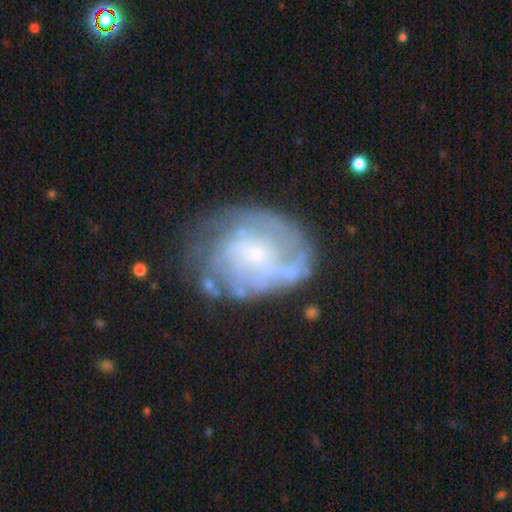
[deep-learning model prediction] Smooth or featured? Predicted: featured or disk (p=0.69). Edge-on disk? Predicted: no (p=0.97). Bar? Predicted: no (p=0.61). Spiral arms? Predicted: yes (p=0.67). Bulge size? Predicted: small (p=0.55). Merging? Predicted: none (p=0.56).